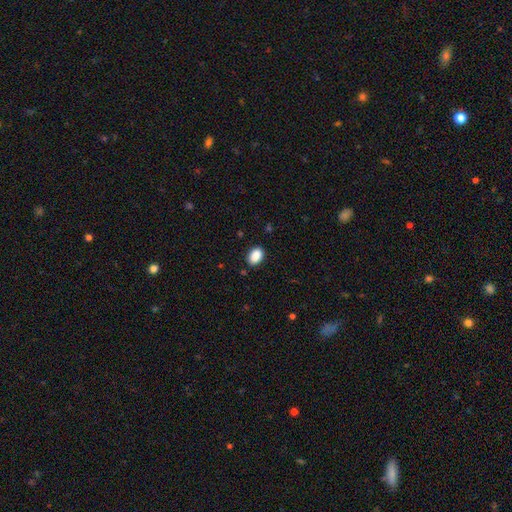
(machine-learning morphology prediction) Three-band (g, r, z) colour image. It shows a smooth galaxy with no disk features (90%) that is in between round and cigar-shaped (84%). Merging: none (88%).